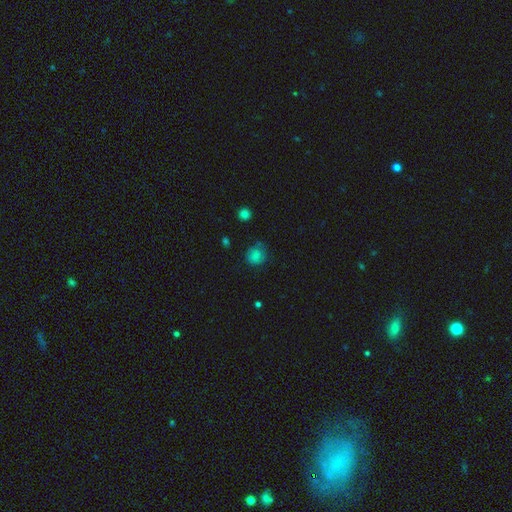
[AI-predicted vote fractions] This is likely a smooth galaxy (78%). How rounded: clearly round (80%). Merging: likely none (66%).